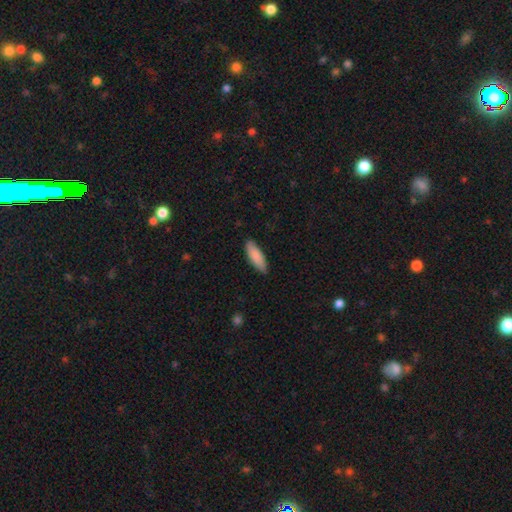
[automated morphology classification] smooth_or_featured: smooth (p=0.87) [alt: featured or disk p=0.08]
how_rounded: in between (p=0.56) [alt: cigar-shaped p=0.43]
merging: none (p=0.85) [alt: minor disturbance p=0.12]